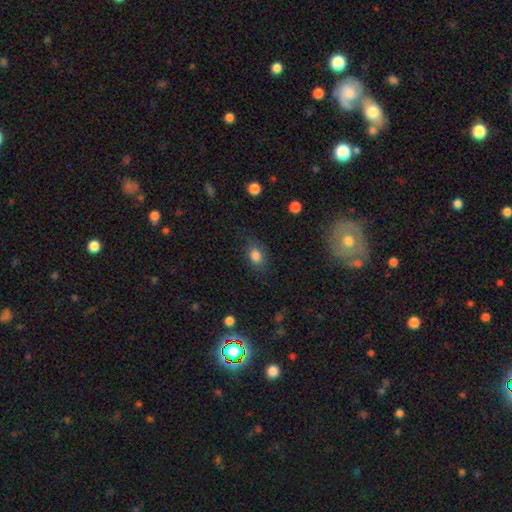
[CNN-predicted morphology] This appears to be a smooth galaxy with no disk features (82%) that is in between round and cigar-shaped (74%). Merging: none (75%).